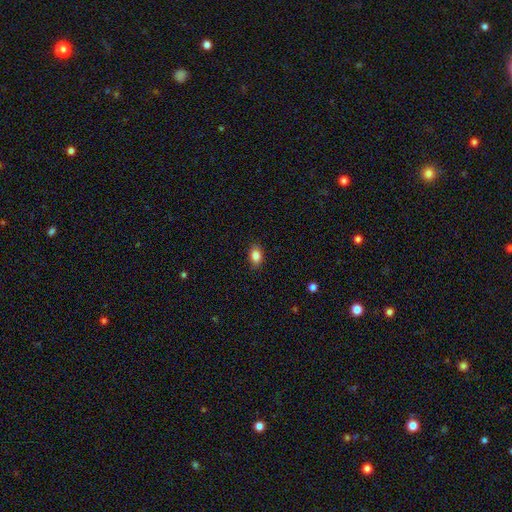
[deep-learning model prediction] Smooth or featured? Predicted: smooth (p=0.85). How rounded? Predicted: in between (p=0.82). Merging? Predicted: none (p=0.87).